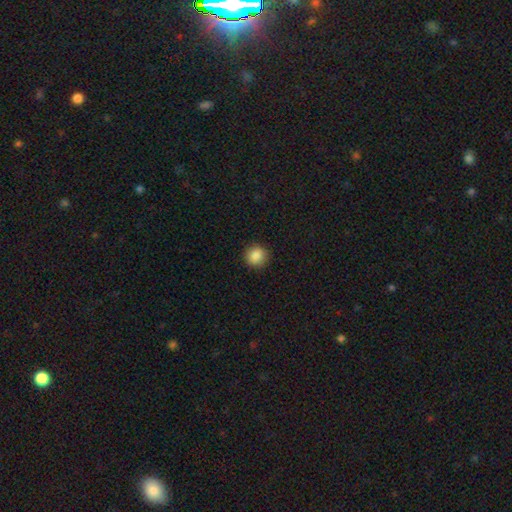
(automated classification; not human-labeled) Smooth or featured? Predicted: smooth (p=0.87). How rounded? Predicted: round (p=0.92). Merging? Predicted: none (p=0.91).